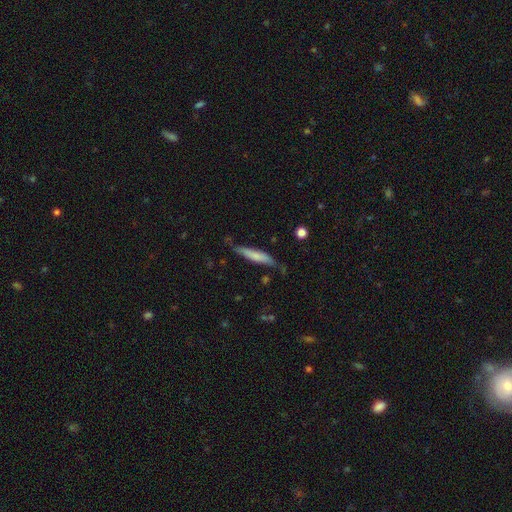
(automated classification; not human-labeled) Smooth or featured: smooth — 67% (featured or disk — 28%)
How rounded: cigar-shaped — 89% (in between — 10%)
Merging: none — 70% (minor disturbance — 23%)